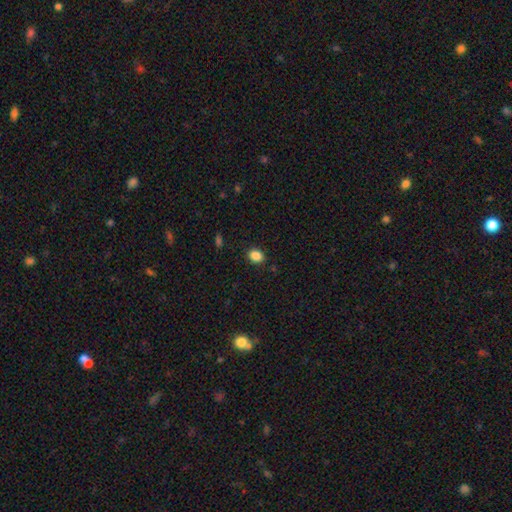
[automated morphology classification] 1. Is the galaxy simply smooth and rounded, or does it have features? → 87% smooth, 10% star or artifact, 3% featured or disk.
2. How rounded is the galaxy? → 59% in between, 40% round, 1% cigar-shaped.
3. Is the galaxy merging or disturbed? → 88% none, 8% minor disturbance, 2% major disturbance, 1% merger.